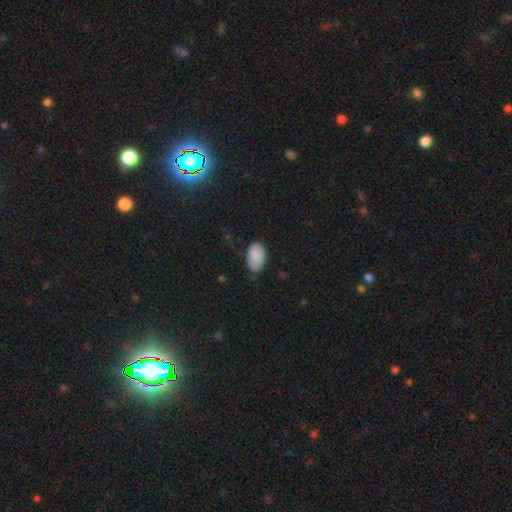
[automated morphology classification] This is clearly a smooth galaxy (87%). How rounded: clearly in between (94%). Merging: likely none (67%).